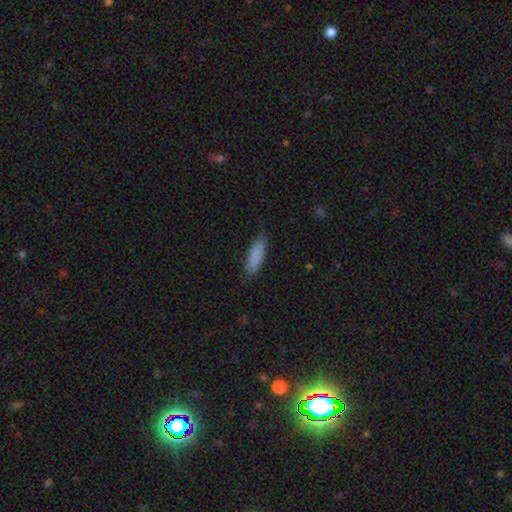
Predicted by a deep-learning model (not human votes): Smooth or featured?
  - smooth: 87% *
  - featured or disk: 7%
  - star or artifact: 6%
How rounded?
  - cigar-shaped: 59% *
  - in between: 39%
  - round: 1%
Merging?
  - none: 83% *
  - minor disturbance: 14%
  - major disturbance: 2%
  - merger: 1%